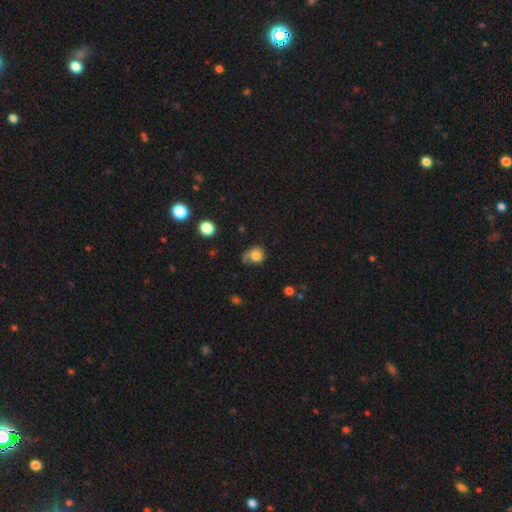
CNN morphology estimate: Smooth or featured: smooth — 72% (featured or disk — 18%)
How rounded: round — 69% (in between — 30%)
Merging: none — 42% (minor disturbance — 28%)